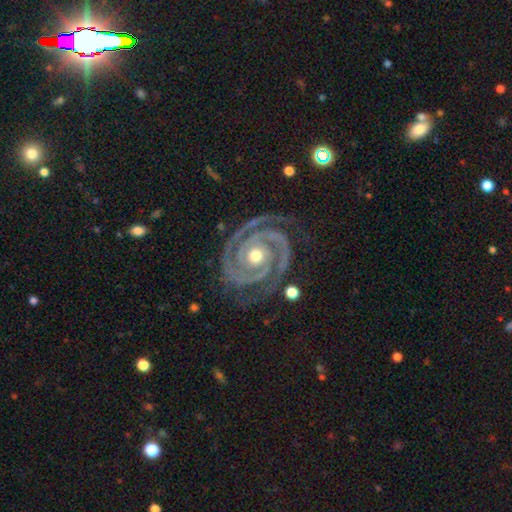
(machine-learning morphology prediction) This appears to be a featured or disk galaxy (94%) with no bar (75%), 2 (86%) tight (77%) spiral arms (99%) and a moderate central bulge (73%). Merging: none (79%).